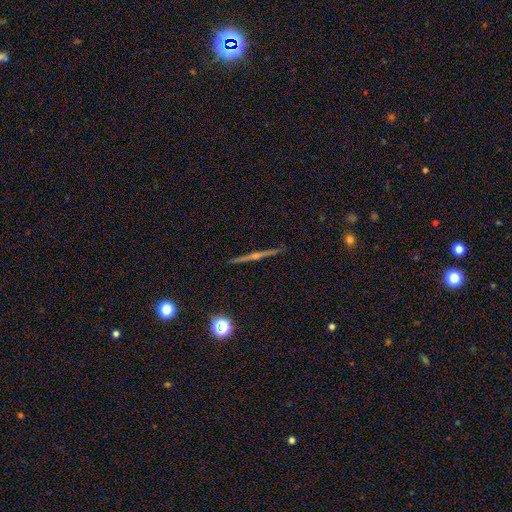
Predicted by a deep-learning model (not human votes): smooth_or_featured: featured or disk (p=0.58) [alt: star or artifact p=0.21]
disk_edge_on: yes (p=0.93) [alt: no p=0.07]
edge_on_bulge: rounded (p=0.61) [alt: none p=0.29]
merging: none (p=0.88) [alt: minor disturbance p=0.07]